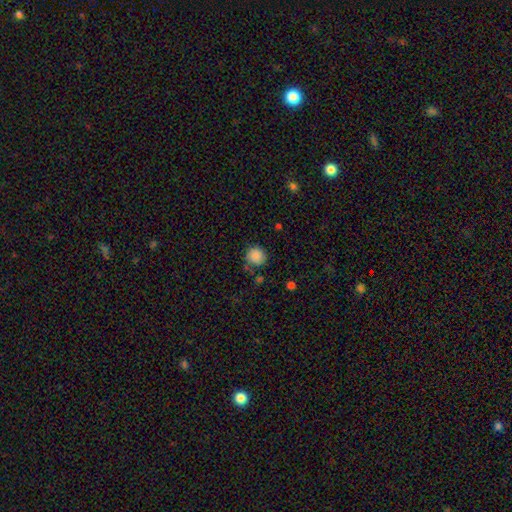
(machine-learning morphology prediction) Q: Smooth or featured?
A: smooth (87%); runner-up: star or artifact (10%)
Q: How rounded?
A: round (90%); runner-up: in between (9%)
Q: Merging?
A: none (75%); runner-up: minor disturbance (15%)